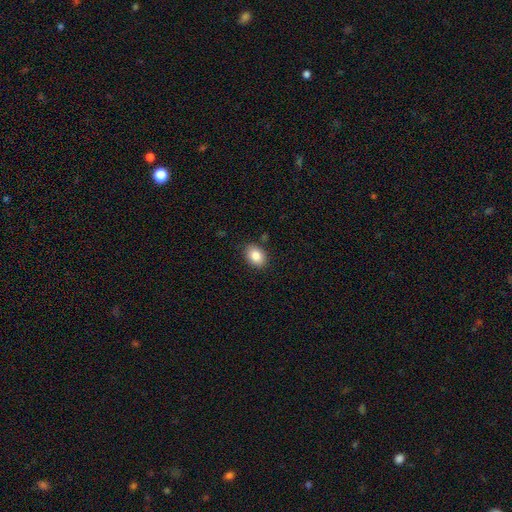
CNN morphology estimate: A smooth galaxy with no disk features (85%) that is in between round and cigar-shaped (72%).

Vote fractions:
- Smooth or featured? smooth: 85% / star or artifact: 8% / featured or disk: 6%
- How rounded? in between: 72% / round: 27% / cigar-shaped: 1%
- Merging? none: 86% / minor disturbance: 10% / major disturbance: 2% / merger: 2%